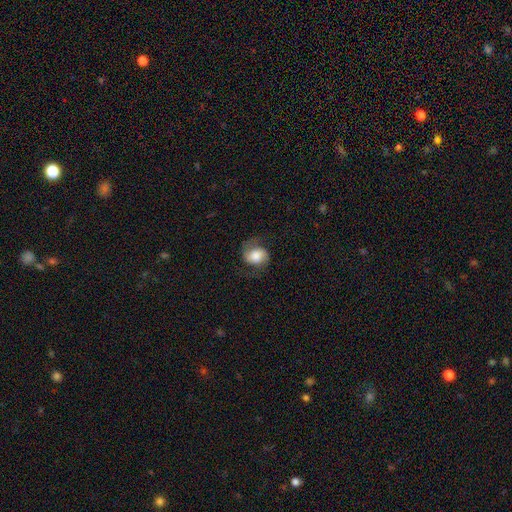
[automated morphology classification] Smooth or featured? featured or disk (58%)
Edge-on disk? no (97%)
Bar? no (64%)
Spiral arms? yes (93%)
Spiral winding? medium (43%)
Spiral arm count? 2 (90%)
Bulge size? large (43%)
Merging? none (69%)